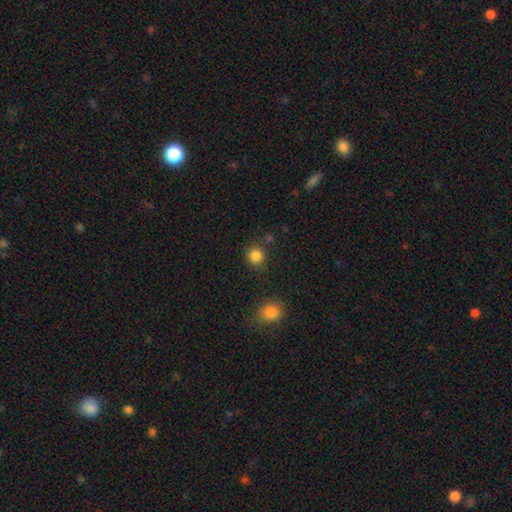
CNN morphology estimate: type=smooth (85%); roundness=round (92%); merging=none (84%).